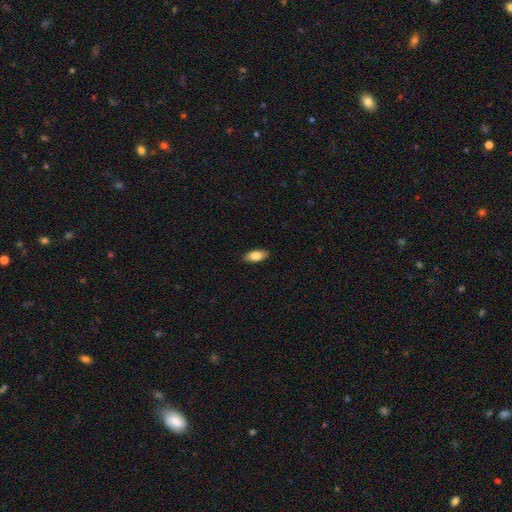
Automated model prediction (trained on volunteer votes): Smooth or featured?
  - smooth: 82% *
  - featured or disk: 12%
  - star or artifact: 6%
How rounded?
  - in between: 88% *
  - cigar-shaped: 9%
  - round: 3%
Merging?
  - none: 89% *
  - minor disturbance: 9%
  - major disturbance: 2%
  - merger: 1%